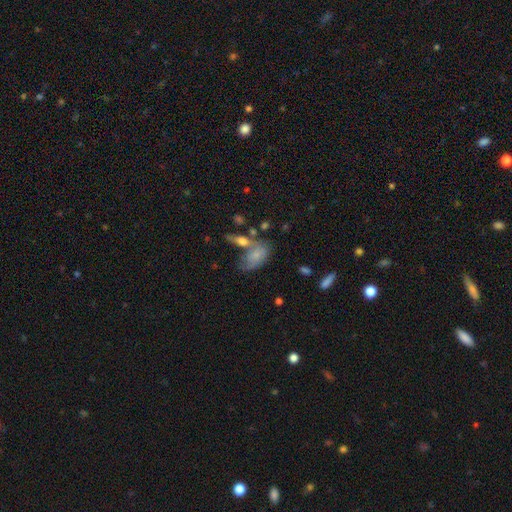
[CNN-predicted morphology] type=smooth (64%); roundness=in between (87%); merging=merger (32%).